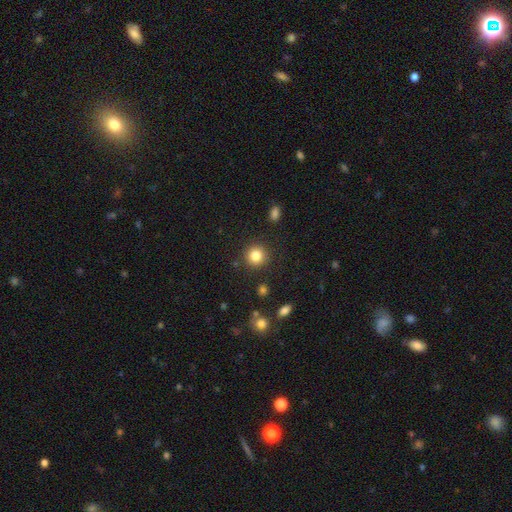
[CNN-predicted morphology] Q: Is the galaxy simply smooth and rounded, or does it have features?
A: smooth — 83%.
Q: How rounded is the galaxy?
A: round — 93%.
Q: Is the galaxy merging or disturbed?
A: none — 90%.